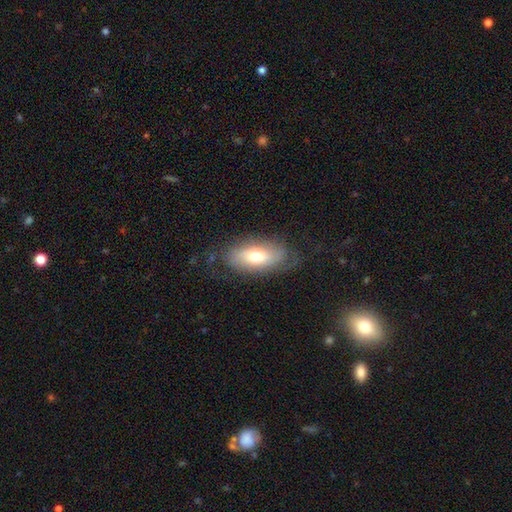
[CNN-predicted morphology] This appears to be a smooth galaxy with no disk features (60%) that is in between round and cigar-shaped (89%). Merging: none (69%).